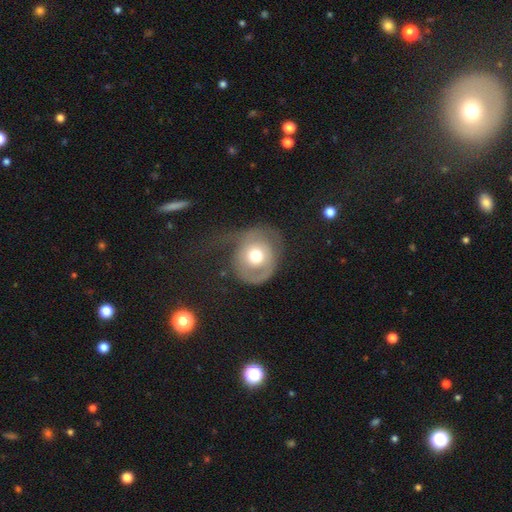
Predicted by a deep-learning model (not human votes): smooth-or-featured: smooth: 48% | featured or disk: 45% | star or artifact: 7%
  merging: major disturbance: 41% | none: 33% | minor disturbance: 24% | merger: 2%